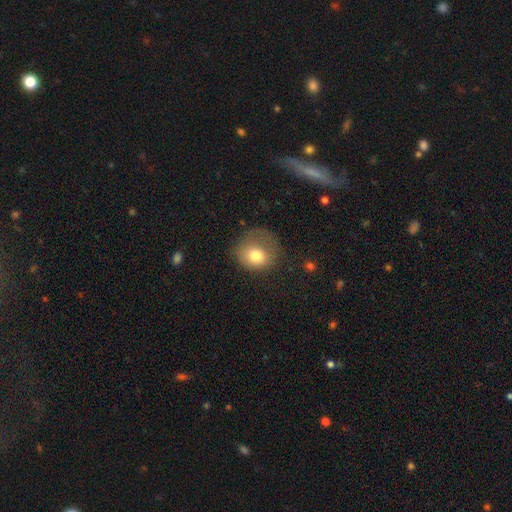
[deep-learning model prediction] Smooth or featured?
  - smooth: 76% *
  - featured or disk: 15%
  - star or artifact: 9%
How rounded?
  - round: 70% *
  - in between: 29%
  - cigar-shaped: 1%
Merging?
  - none: 40% *
  - major disturbance: 30%
  - minor disturbance: 28%
  - merger: 2%